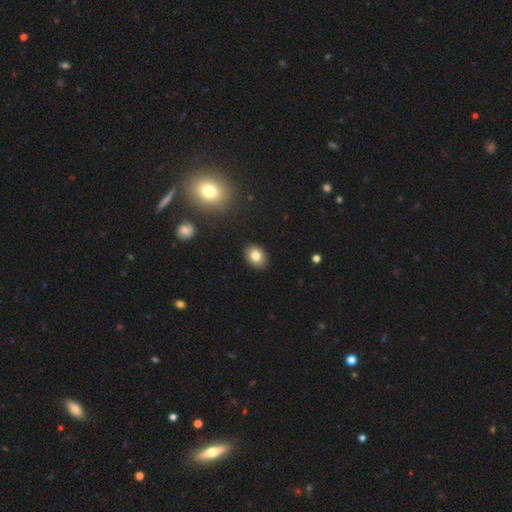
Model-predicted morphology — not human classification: smooth-or-featured: smooth: 81% | featured or disk: 10% | star or artifact: 9%
  how-rounded: in between: 69% | round: 30% | cigar-shaped: 1%
  merging: none: 89% | minor disturbance: 8% | major disturbance: 2% | merger: 1%